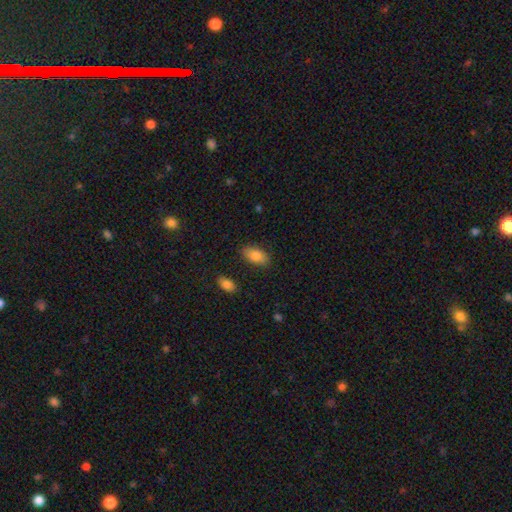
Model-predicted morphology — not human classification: The model was most divided on "smooth or featured": smooth: 83%, featured or disk: 10%, star or artifact: 8%. More confident: how rounded — in between (92%); merging — none (85%).